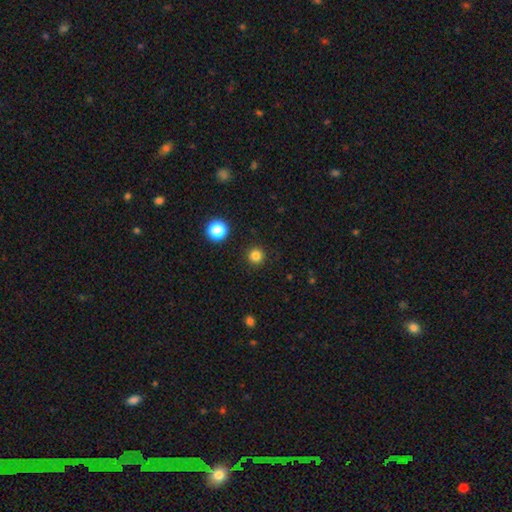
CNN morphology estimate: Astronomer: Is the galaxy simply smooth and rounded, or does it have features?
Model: smooth — 82%.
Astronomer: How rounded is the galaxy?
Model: round — 96%.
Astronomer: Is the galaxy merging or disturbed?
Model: none — 92%.